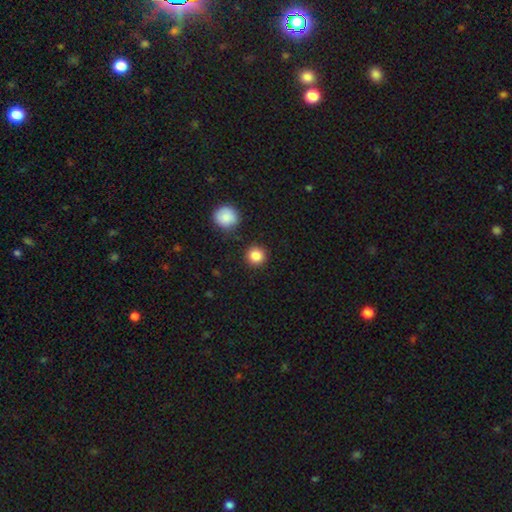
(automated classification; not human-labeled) Smooth or featured: smooth — 86% (star or artifact — 10%)
How rounded: round — 95% (in between — 4%)
Merging: none — 89% (minor disturbance — 6%)